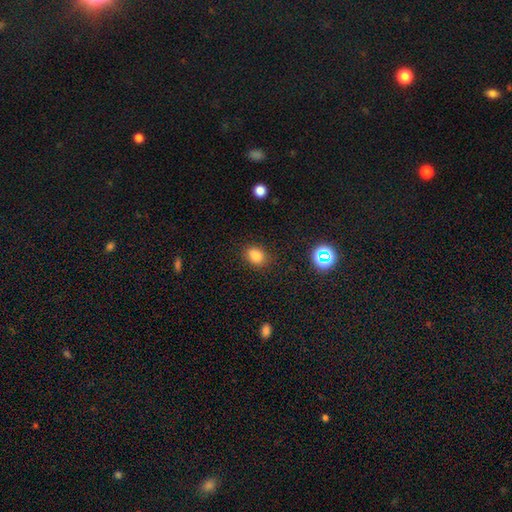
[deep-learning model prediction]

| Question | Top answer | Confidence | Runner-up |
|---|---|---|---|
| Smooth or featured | smooth | 80% | star or artifact (13%) |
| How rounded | in between | 62% | round (37%) |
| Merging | none | 80% | minor disturbance (13%) |